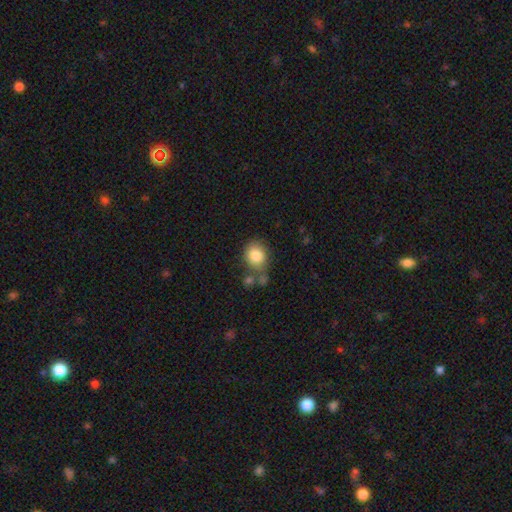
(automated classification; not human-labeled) This appears to be a smooth galaxy with no disk features (83%) that is round (62%). Merging: none (63%).